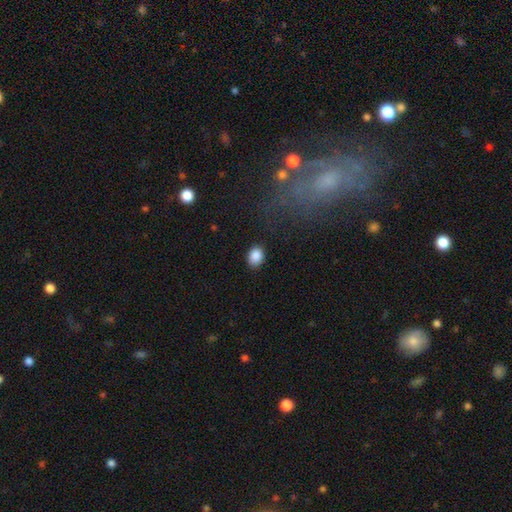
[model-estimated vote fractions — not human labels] Q: Smooth or featured?
A: smooth (88%); runner-up: star or artifact (9%)
Q: How rounded?
A: in between (57%); runner-up: round (41%)
Q: Merging?
A: none (85%); runner-up: minor disturbance (11%)